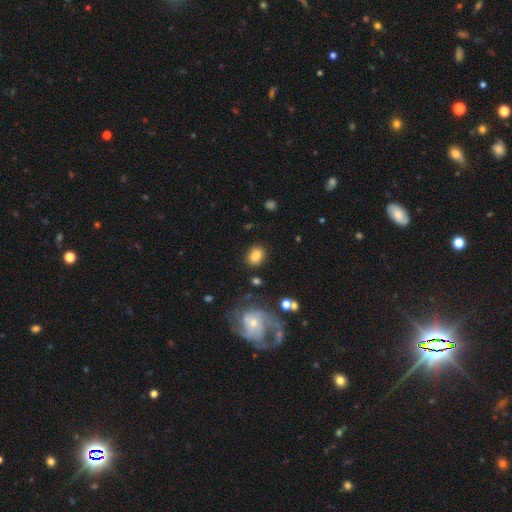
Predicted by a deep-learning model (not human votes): This is clearly a smooth galaxy (80%). How rounded: possibly round (58%). Merging: clearly none (84%).